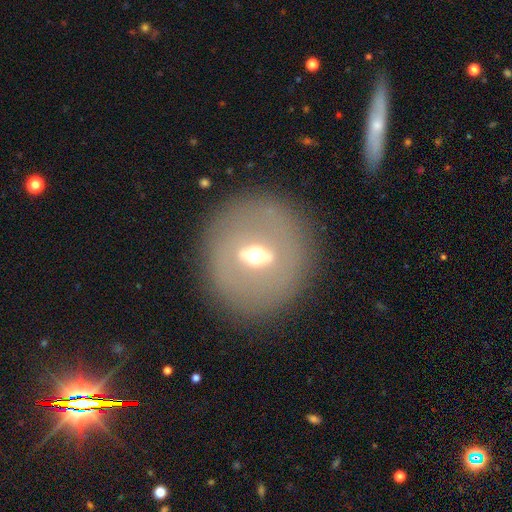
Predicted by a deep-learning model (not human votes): Q: Smooth or featured?
A: featured or disk (62%); runner-up: smooth (29%)
Q: Edge-on disk?
A: no (72%); runner-up: yes (28%)
Q: Merging?
A: none (86%); runner-up: minor disturbance (8%)